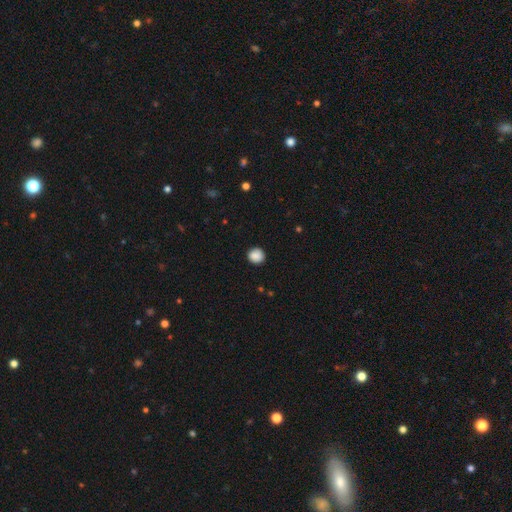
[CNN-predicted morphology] A smooth galaxy with no disk features (88%) that is round (91%). Merging: none (89%).